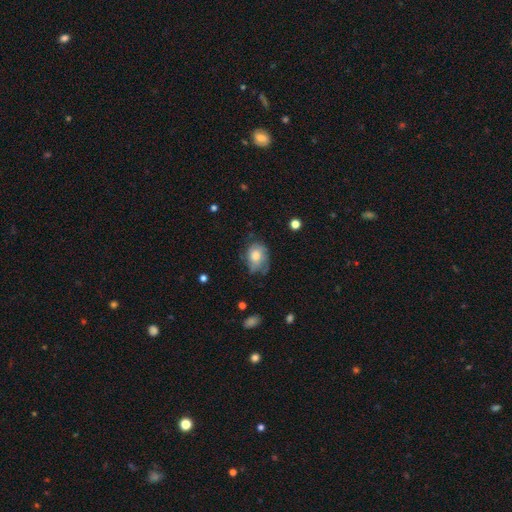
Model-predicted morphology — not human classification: Smooth or featured? smooth (52%)
How rounded? in between (63%)
Merging? none (51%)